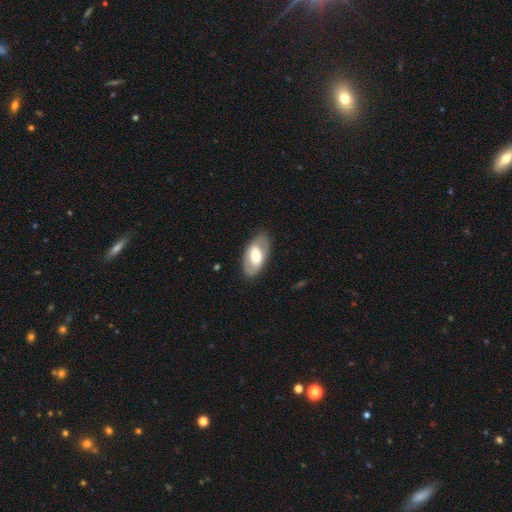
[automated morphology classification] smooth_or_featured: featured or disk (p=0.48) [alt: smooth p=0.46]
merging: none (p=0.80) [alt: minor disturbance p=0.14]